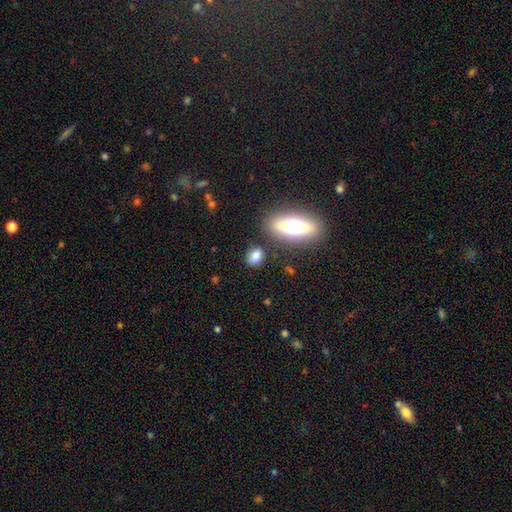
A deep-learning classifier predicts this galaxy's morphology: Smooth or featured?
  - smooth: 79% *
  - star or artifact: 11%
  - featured or disk: 9%
How rounded?
  - in between: 58% *
  - round: 38%
  - cigar-shaped: 4%
Merging?
  - none: 77% *
  - minor disturbance: 12%
  - merger: 7%
  - major disturbance: 4%